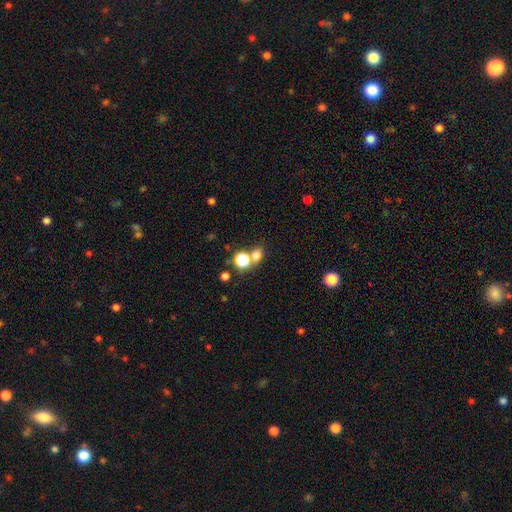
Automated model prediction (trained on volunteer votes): Smooth or featured?
  - smooth: 71% *
  - star or artifact: 22%
  - featured or disk: 7%
How rounded?
  - round: 59% *
  - in between: 39%
  - cigar-shaped: 1%
Merging?
  - none: 60% *
  - merger: 27%
  - minor disturbance: 9%
  - major disturbance: 4%